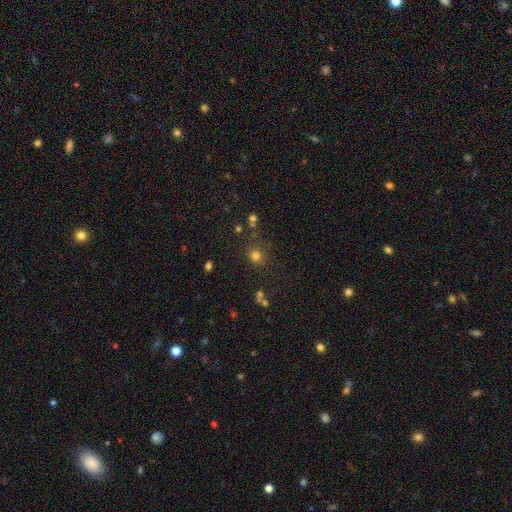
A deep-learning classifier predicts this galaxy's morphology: Smooth or featured? smooth (74%)
How rounded? round (90%)
Merging? none (80%)